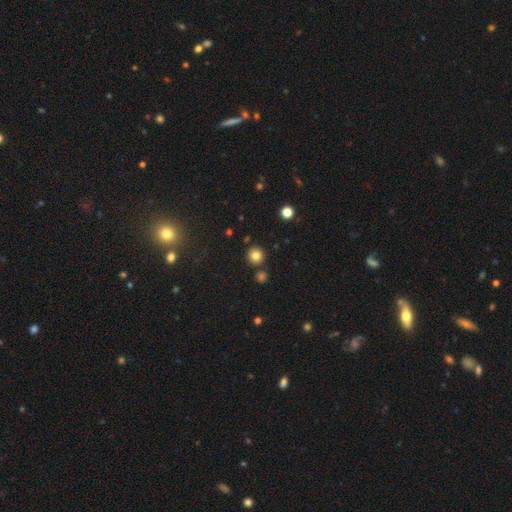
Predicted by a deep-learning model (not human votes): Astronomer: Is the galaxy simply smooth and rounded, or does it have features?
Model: smooth — 81%.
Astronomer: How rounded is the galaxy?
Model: round — 93%.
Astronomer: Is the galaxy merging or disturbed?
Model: none — 85%.